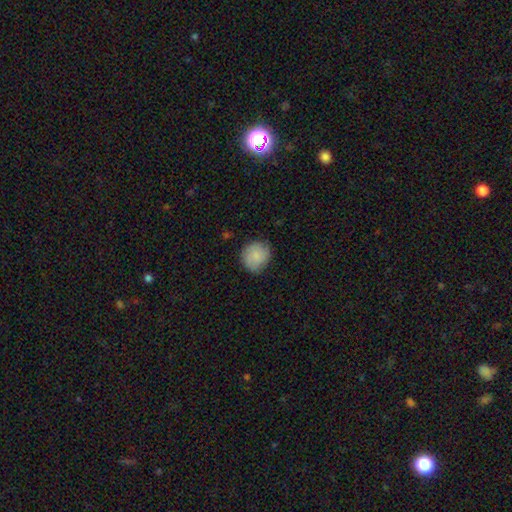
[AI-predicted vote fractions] smooth_or_featured: smooth (p=0.80) [alt: featured or disk p=0.13]
how_rounded: round (p=0.84) [alt: in between p=0.15]
merging: none (p=0.75) [alt: minor disturbance p=0.20]